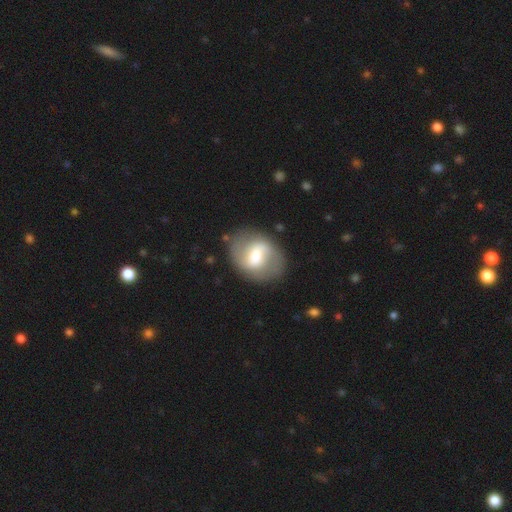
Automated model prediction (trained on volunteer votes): Q: Smooth or featured?
A: featured or disk (56%); runner-up: smooth (38%)
Q: Edge-on disk?
A: no (96%); runner-up: yes (4%)
Q: Bar?
A: weak (48%); runner-up: strong (32%)
Q: Spiral arms?
A: yes (65%); runner-up: no (35%)
Q: Bulge size?
A: moderate (52%); runner-up: large (23%)
Q: Merging?
A: none (76%); runner-up: minor disturbance (14%)